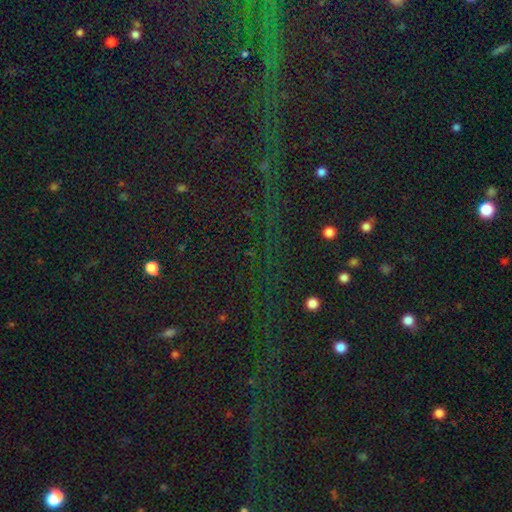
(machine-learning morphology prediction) Smooth or featured: star or artifact — 84% (smooth — 8%)